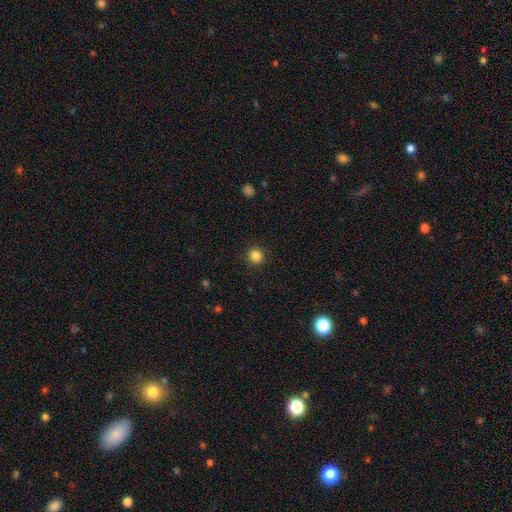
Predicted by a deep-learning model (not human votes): smooth 85%, star or artifact 11%, featured or disk 4%. Down the decision tree: how rounded — round (94%); merging — none (92%).